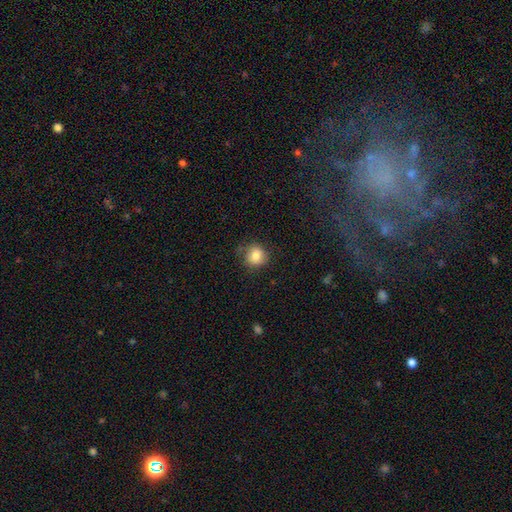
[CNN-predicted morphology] smooth-or-featured: smooth: 83% | star or artifact: 10% | featured or disk: 7%
  how-rounded: round: 82% | in between: 17% | cigar-shaped: 1%
  merging: none: 77% | minor disturbance: 17% | major disturbance: 5% | merger: 2%